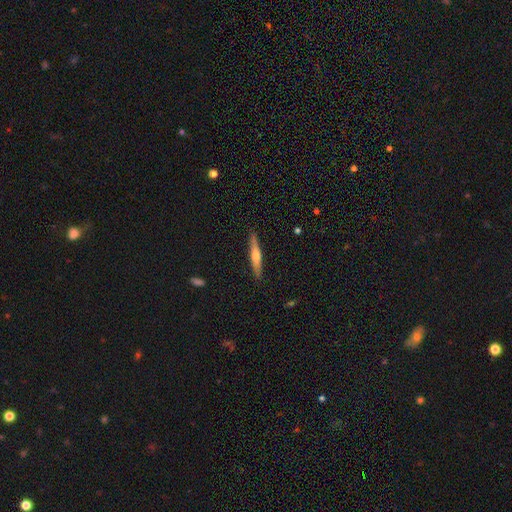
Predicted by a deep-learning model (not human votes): featured or disk 54%, smooth 40%, star or artifact 6%. Down the decision tree: edge-on disk — yes (95%); edge-on bulge — rounded (78%); merging — none (89%).